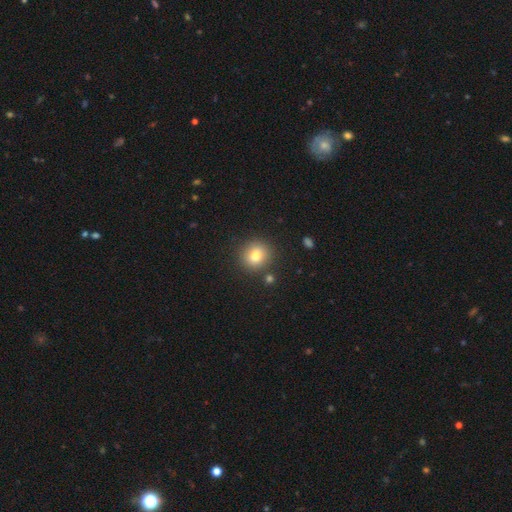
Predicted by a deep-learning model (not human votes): smooth_or_featured: smooth (p=0.78) [alt: star or artifact p=0.12]
how_rounded: round (p=0.89) [alt: in between p=0.10]
merging: none (p=0.86) [alt: minor disturbance p=0.07]